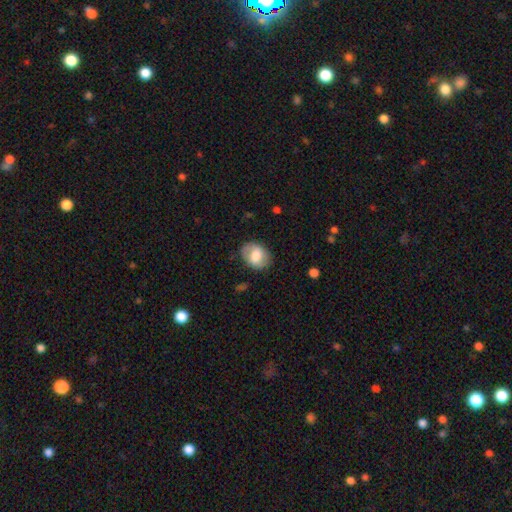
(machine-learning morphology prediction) The model was most divided on "how rounded": in between: 62%, round: 37%, cigar-shaped: 1%. More confident: merging — none (79%); smooth or featured — smooth (61%).